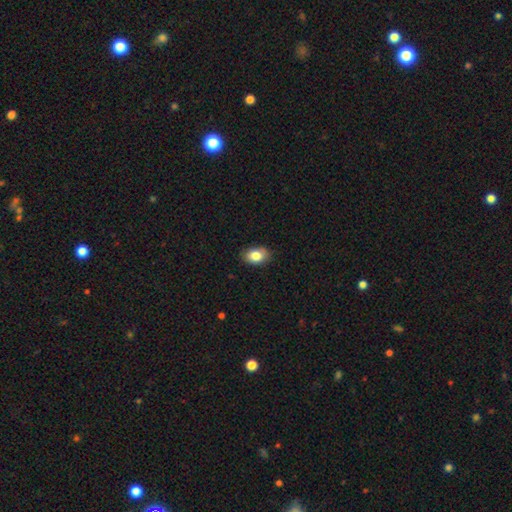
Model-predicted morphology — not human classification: type=smooth (83%); roundness=in between (81%); merging=none (84%).